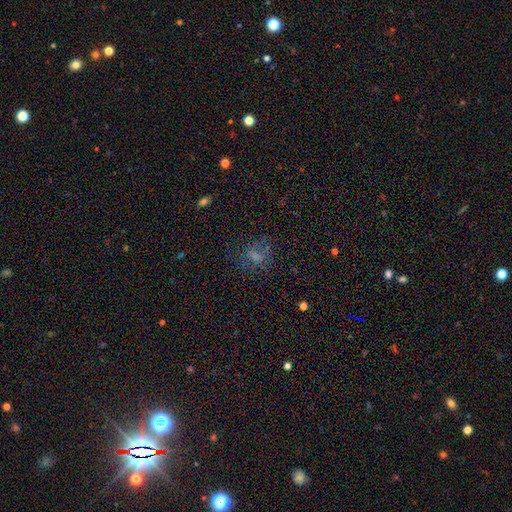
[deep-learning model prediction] Smooth or featured: smooth — 54% (star or artifact — 24%)
How rounded: in between — 49% (round — 48%)
Merging: none — 57% (major disturbance — 21%)